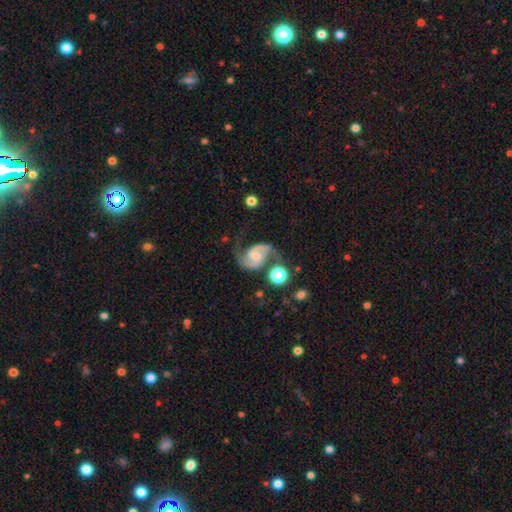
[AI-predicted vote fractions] featured or disk 89%, star or artifact 6%, smooth 5%. Down the decision tree: edge-on disk — no (98%); bar — no (55%); spiral arms — yes (98%); spiral arm count — 2 (93%); spiral winding — medium (55%); bulge size — small (51%); merging — none (63%).